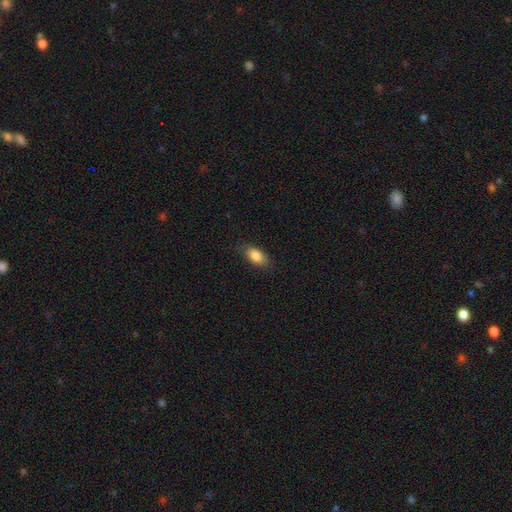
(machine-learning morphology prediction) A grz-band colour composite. It shows a smooth galaxy with no disk features (85%) that is in between round and cigar-shaped (87%). Merging: none (82%).